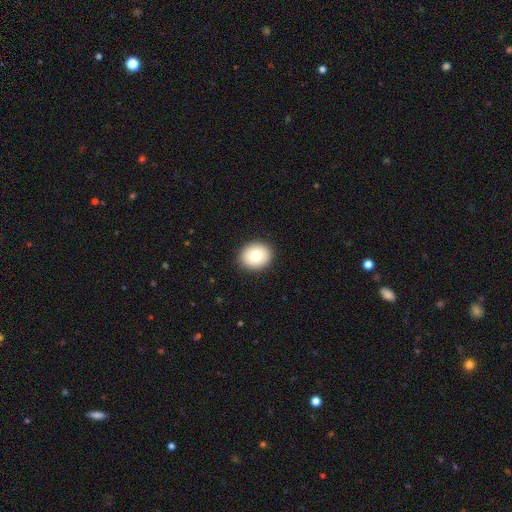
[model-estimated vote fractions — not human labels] This is likely a smooth galaxy (77%). How rounded: likely round (71%). Merging: clearly none (91%).